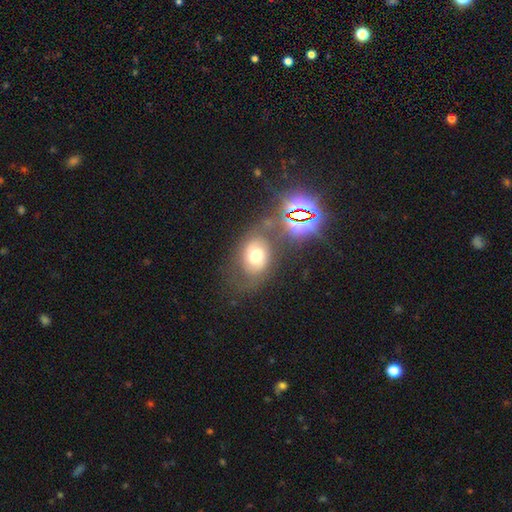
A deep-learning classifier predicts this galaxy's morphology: This appears to be a smooth galaxy with no disk features (52%) that is in between round and cigar-shaped (64%). Merging: none (60%).